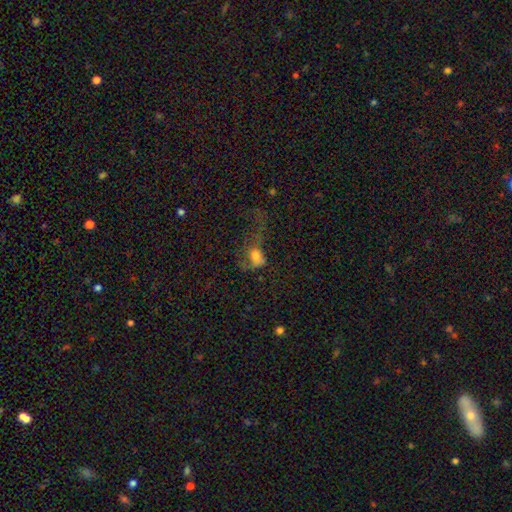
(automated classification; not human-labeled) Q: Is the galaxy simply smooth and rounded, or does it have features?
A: smooth — 59%.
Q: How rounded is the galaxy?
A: in between — 60%.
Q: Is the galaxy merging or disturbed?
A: major disturbance — 60%.